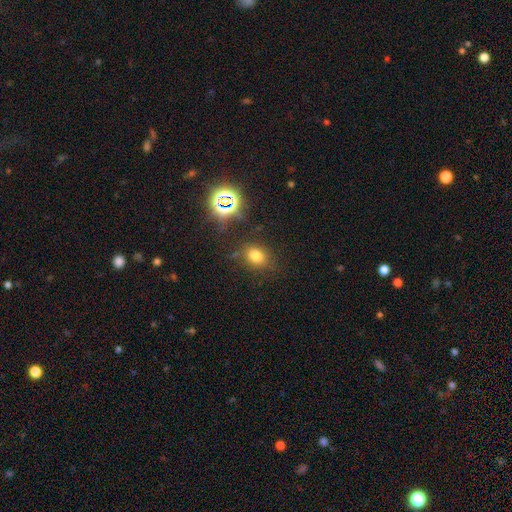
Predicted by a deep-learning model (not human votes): Morphology: type=smooth (71%); roundness=in between (56%); merging=none (77%).